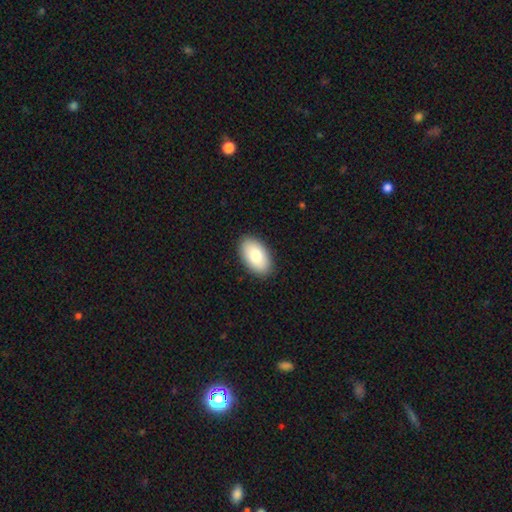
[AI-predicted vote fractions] Q: Smooth or featured?
A: smooth (84%); runner-up: featured or disk (10%)
Q: How rounded?
A: in between (95%); runner-up: round (4%)
Q: Merging?
A: none (89%); runner-up: minor disturbance (8%)